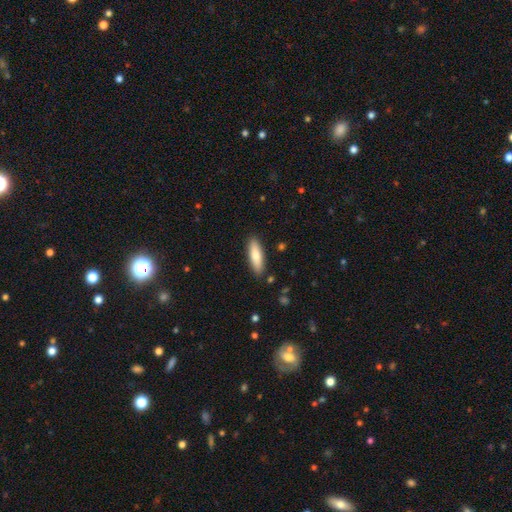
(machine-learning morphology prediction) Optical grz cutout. It shows a smooth galaxy with no disk features (78%) that is cigar-shaped (56%). Merging: none (88%).